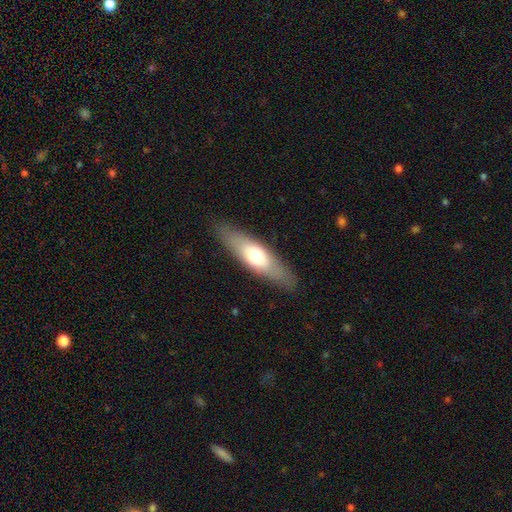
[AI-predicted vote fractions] Smooth or featured: smooth — 58% (featured or disk — 37%)
How rounded: cigar-shaped — 50% (in between — 48%)
Merging: none — 85% (minor disturbance — 10%)